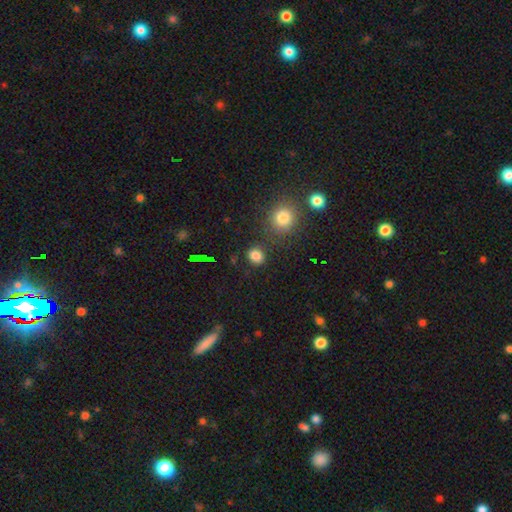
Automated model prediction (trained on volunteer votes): This is clearly a smooth galaxy (83%). How rounded: possibly round (59%). Merging: clearly none (82%).